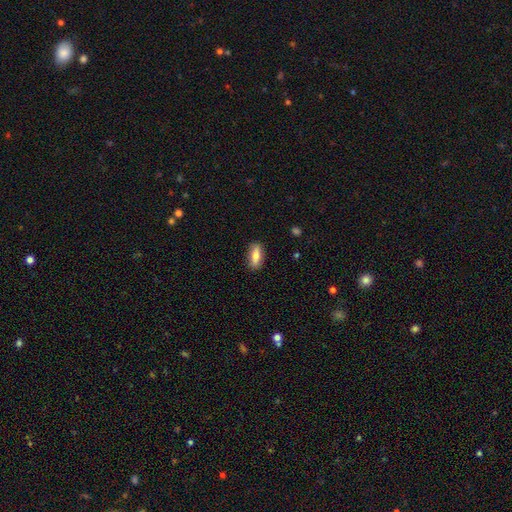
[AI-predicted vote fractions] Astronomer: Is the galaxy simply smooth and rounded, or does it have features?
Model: smooth — 77%.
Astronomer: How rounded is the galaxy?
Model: in between — 72%.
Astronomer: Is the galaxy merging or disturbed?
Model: none — 85%.